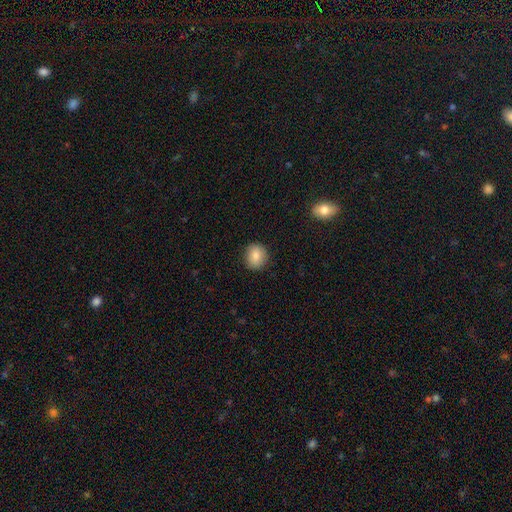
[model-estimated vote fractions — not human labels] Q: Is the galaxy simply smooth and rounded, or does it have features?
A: smooth — 85%.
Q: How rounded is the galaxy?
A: round — 75%.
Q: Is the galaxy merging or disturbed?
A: none — 88%.